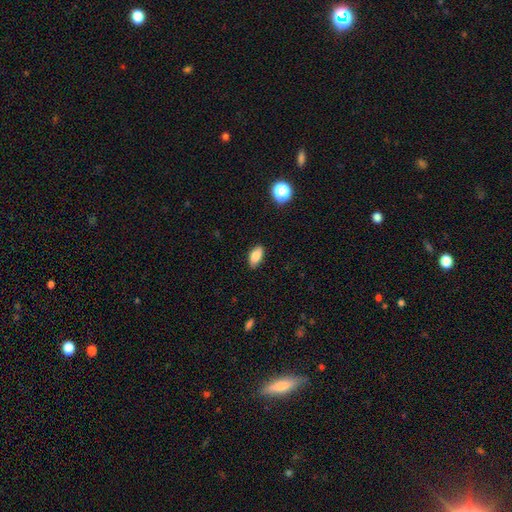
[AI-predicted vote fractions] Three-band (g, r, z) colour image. It shows a smooth galaxy with no disk features (83%) that is in between round and cigar-shaped (91%). Merging: none (87%).